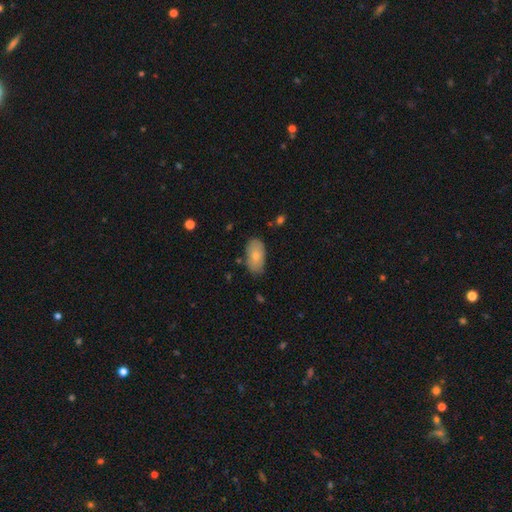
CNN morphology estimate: smooth_or_featured: smooth (p=0.74) [alt: featured or disk p=0.20]
how_rounded: in between (p=0.93) [alt: round p=0.05]
merging: none (p=0.70) [alt: minor disturbance p=0.23]